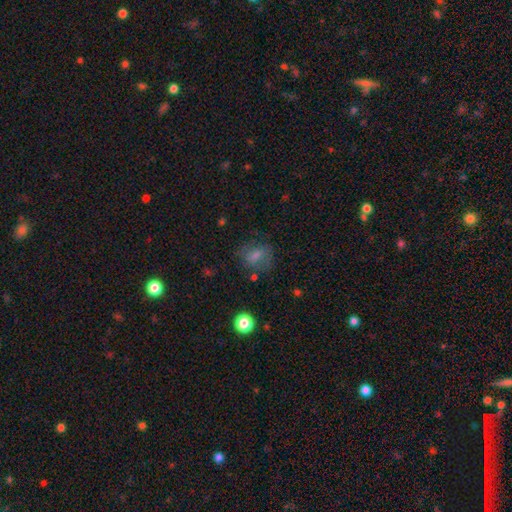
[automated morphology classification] A smooth galaxy with no disk features (65%) that is in between round and cigar-shaped (61%). Merging: none (62%).